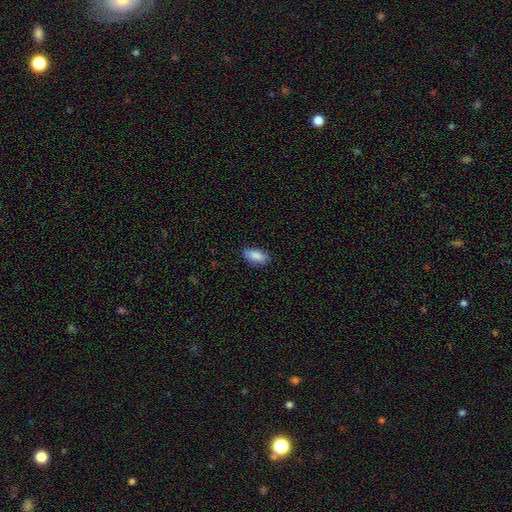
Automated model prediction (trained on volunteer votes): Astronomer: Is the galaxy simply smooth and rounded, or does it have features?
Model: smooth — 89%.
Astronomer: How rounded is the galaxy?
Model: in between — 89%.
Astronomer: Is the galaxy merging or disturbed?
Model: none — 87%.